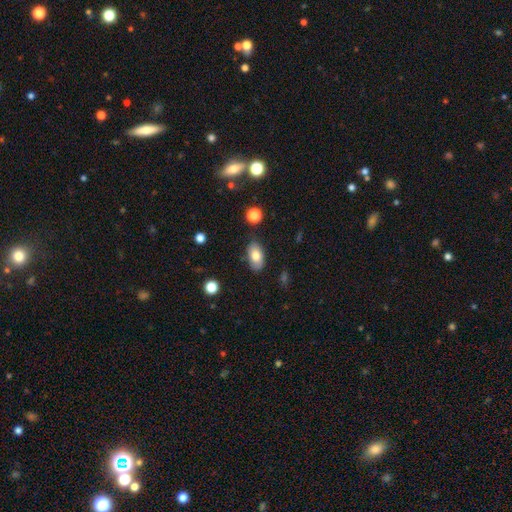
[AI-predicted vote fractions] A smooth galaxy with no disk features (77%) that is in between round and cigar-shaped (92%).

Vote fractions:
- Smooth or featured? smooth: 77% / featured or disk: 15% / star or artifact: 8%
- How rounded? in between: 92% / round: 5% / cigar-shaped: 2%
- Merging? none: 79% / minor disturbance: 15% / major disturbance: 3% / merger: 2%